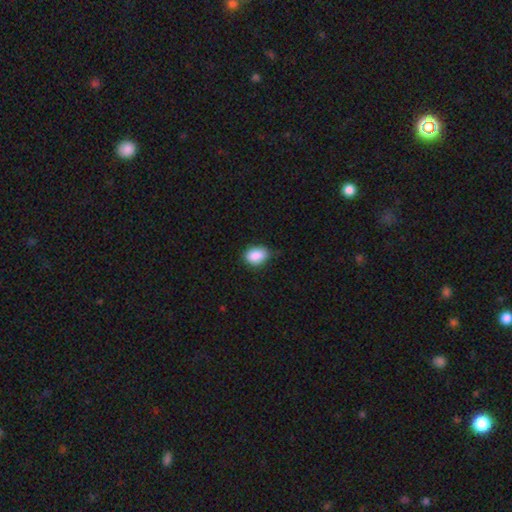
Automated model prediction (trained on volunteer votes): Morphology: type=smooth (89%); roundness=in between (75%); merging=none (75%).